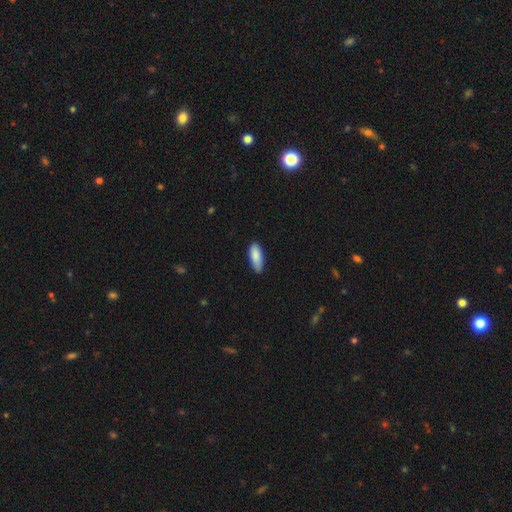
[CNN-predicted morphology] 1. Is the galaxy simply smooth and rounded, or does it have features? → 87% smooth, 7% featured or disk, 6% star or artifact.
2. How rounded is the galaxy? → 74% in between, 24% cigar-shaped, 2% round.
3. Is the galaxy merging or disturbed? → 77% none, 19% minor disturbance, 2% major disturbance, 1% merger.